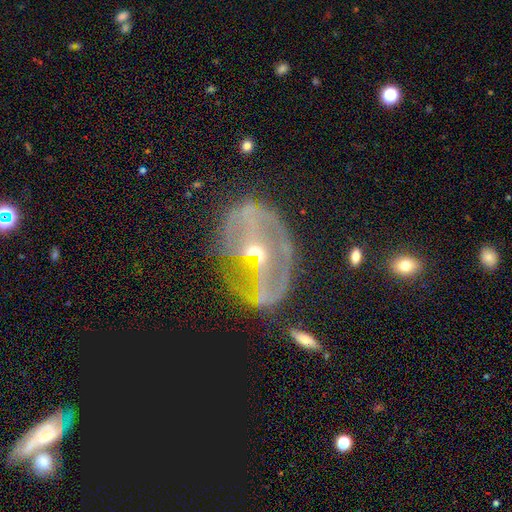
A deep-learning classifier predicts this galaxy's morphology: Smooth or featured: featured or disk — 84% (star or artifact — 8%)
Edge-on disk: no — 92% (yes — 8%)
Bar: strong — 64% (weak — 23%)
Spiral arms: yes — 72% (no — 28%)
Spiral winding: tight — 39% (medium — 37%)
Spiral arm count: 2 — 57% (can't tell — 22%)
Bulge size: small — 55% (moderate — 42%)
Merging: none — 55% (minor disturbance — 22%)